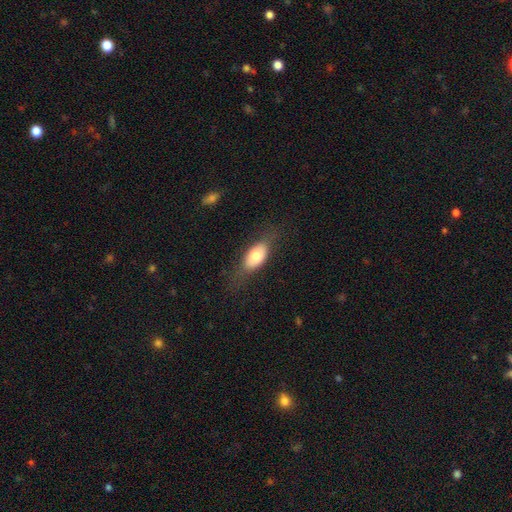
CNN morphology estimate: This appears to be a smooth galaxy with no disk features (70%) that is in between round and cigar-shaped (84%). Merging: none (70%).